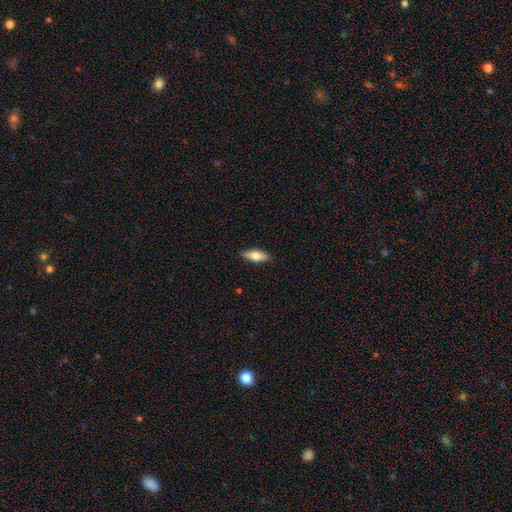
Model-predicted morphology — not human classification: Q: Smooth or featured?
A: smooth (64%); runner-up: featured or disk (30%)
Q: How rounded?
A: in between (61%); runner-up: cigar-shaped (36%)
Q: Merging?
A: none (89%); runner-up: minor disturbance (9%)